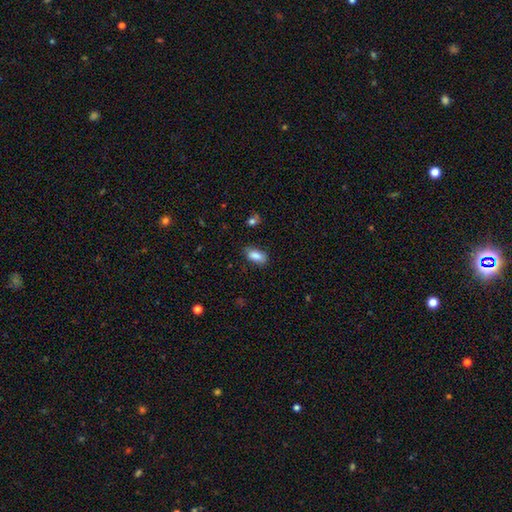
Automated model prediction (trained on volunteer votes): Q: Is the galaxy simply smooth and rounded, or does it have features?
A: smooth — 86%.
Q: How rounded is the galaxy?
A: in between — 89%.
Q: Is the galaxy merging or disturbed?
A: none — 79%.